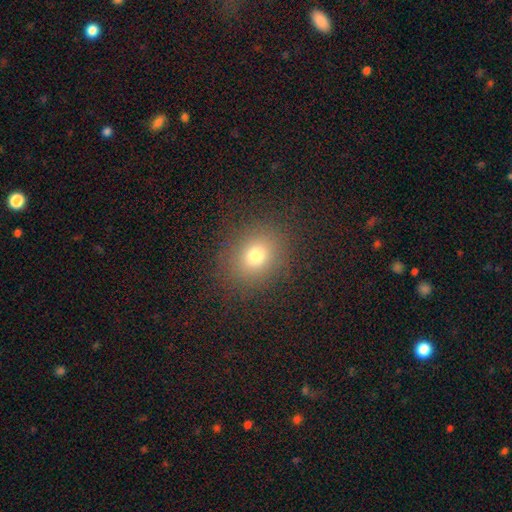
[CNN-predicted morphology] A smooth galaxy with no disk features (74%) that is round (67%). Merging: none (87%).